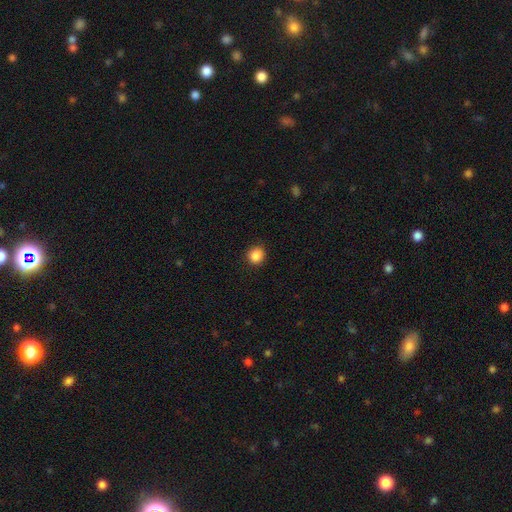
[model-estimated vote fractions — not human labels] Smooth or featured: smooth — 87% (star or artifact — 10%)
How rounded: round — 88% (in between — 11%)
Merging: none — 89% (minor disturbance — 8%)